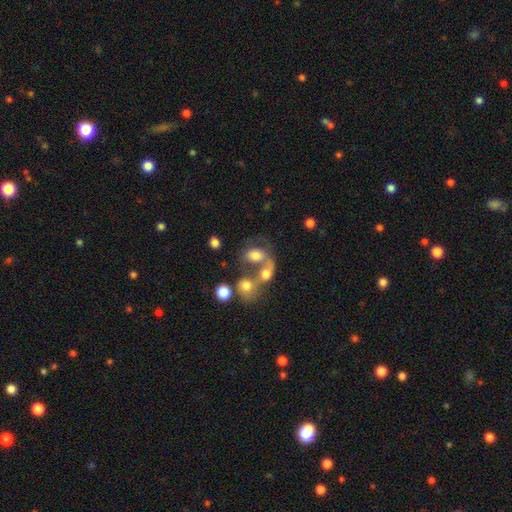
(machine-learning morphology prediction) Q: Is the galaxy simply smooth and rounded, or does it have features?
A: smooth — 55%.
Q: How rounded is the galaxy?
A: in between — 63%.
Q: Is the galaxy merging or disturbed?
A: merger — 60%.